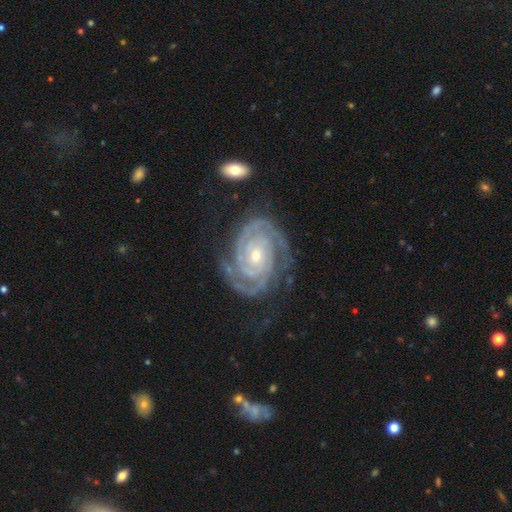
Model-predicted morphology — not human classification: Smooth or featured? Predicted: featured or disk (p=0.94). Edge-on disk? Predicted: no (p=0.98). Bar? Predicted: no (p=0.66). Spiral arms? Predicted: yes (p=0.99). Spiral winding? Predicted: tight (p=0.83). Spiral arm count? Predicted: 2 (p=0.73). Bulge size? Predicted: small (p=0.60). Merging? Predicted: none (p=0.76).